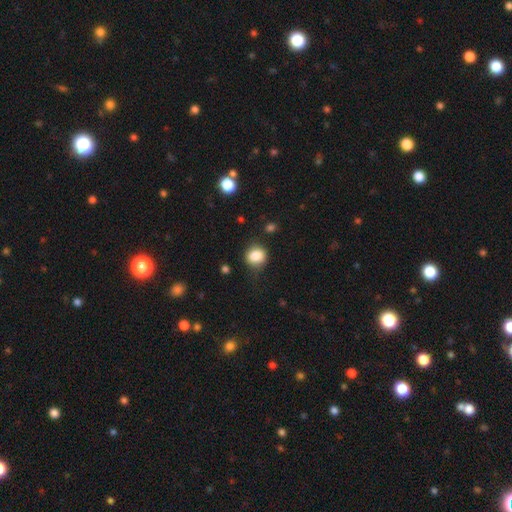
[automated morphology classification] smooth_or_featured: smooth (p=0.84) [alt: star or artifact p=0.10]
how_rounded: round (p=0.70) [alt: in between p=0.29]
merging: none (p=0.71) [alt: minor disturbance p=0.21]